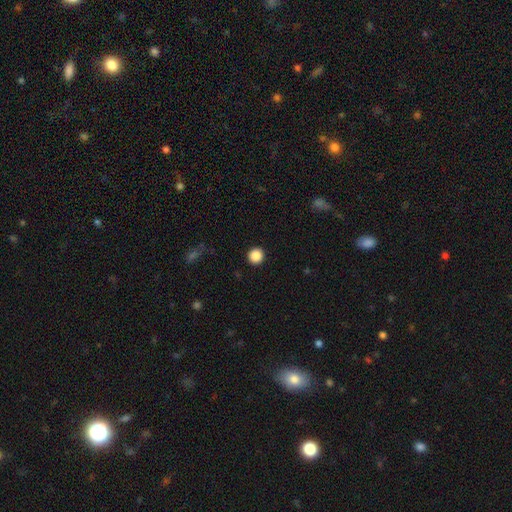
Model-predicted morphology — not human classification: This is clearly a smooth galaxy (87%). How rounded: clearly round (95%). Merging: clearly none (93%).